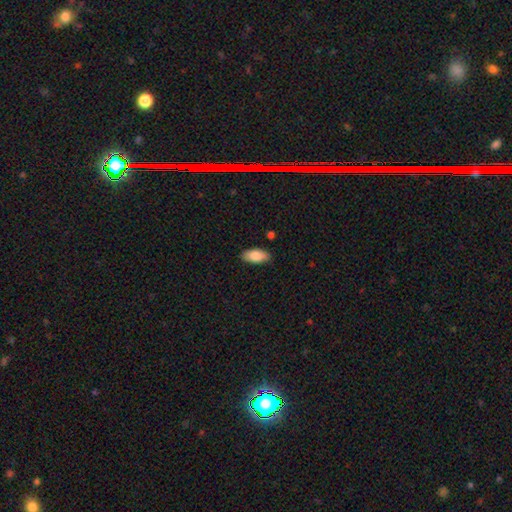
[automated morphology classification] Smooth or featured?
  - smooth: 86% *
  - featured or disk: 8%
  - star or artifact: 6%
How rounded?
  - in between: 92% *
  - cigar-shaped: 6%
  - round: 2%
Merging?
  - none: 85% *
  - minor disturbance: 12%
  - major disturbance: 2%
  - merger: 1%